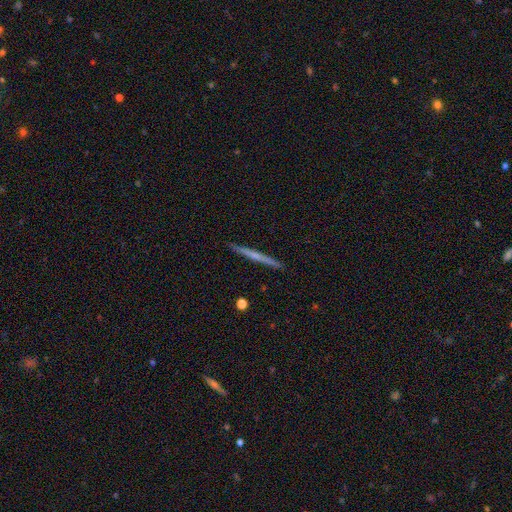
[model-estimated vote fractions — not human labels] Morphology: type=featured or disk (58%); edge-on=yes (98%); edge-on bulge=none (65%); merging=none (93%).